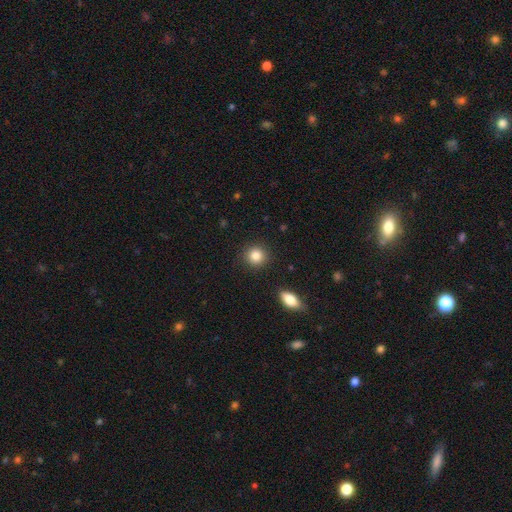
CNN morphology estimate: smooth-or-featured: smooth: 84% | star or artifact: 10% | featured or disk: 6%
  how-rounded: round: 89% | in between: 10% | cigar-shaped: 1%
  merging: none: 90% | minor disturbance: 6% | major disturbance: 2% | merger: 2%